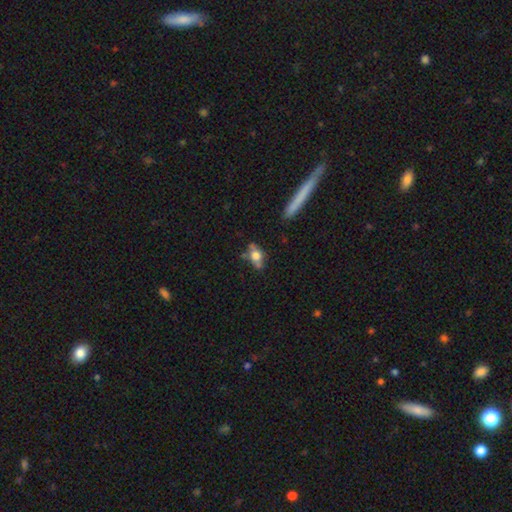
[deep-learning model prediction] Smooth or featured? Predicted: smooth (p=0.62). How rounded? Predicted: in between (p=0.60). Merging? Predicted: none (p=0.55).